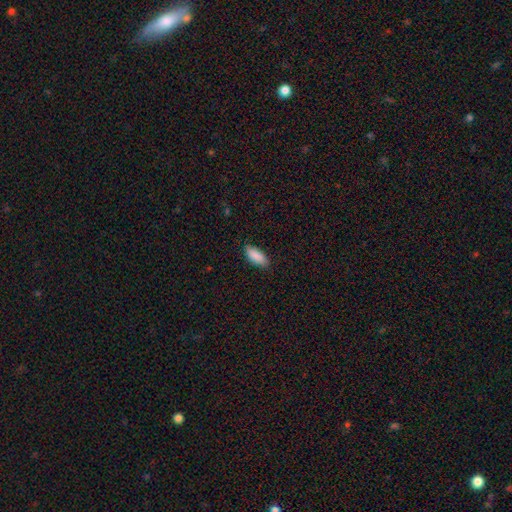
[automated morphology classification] A smooth galaxy with no disk features (89%) that is in between round and cigar-shaped (81%). Merging: none (85%).